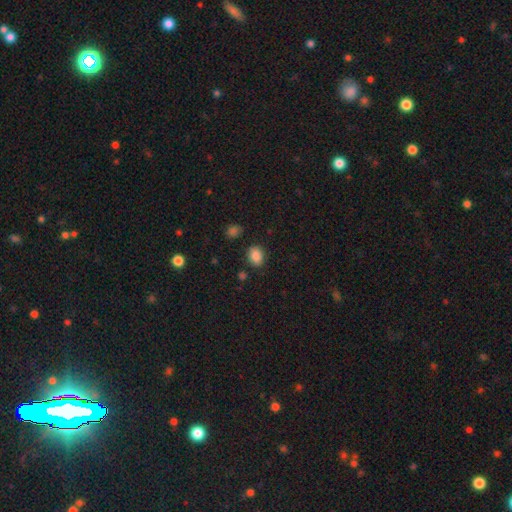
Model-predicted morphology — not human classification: smooth_or_featured: smooth (p=0.86) [alt: star or artifact p=0.10]
how_rounded: in between (p=0.60) [alt: round p=0.39]
merging: none (p=0.84) [alt: minor disturbance p=0.11]